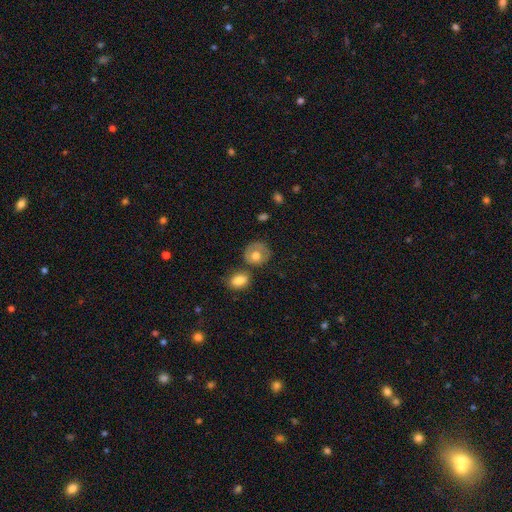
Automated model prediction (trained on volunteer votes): Smooth or featured: smooth — 64% (featured or disk — 29%)
How rounded: round — 75% (in between — 24%)
Merging: none — 58% (minor disturbance — 19%)